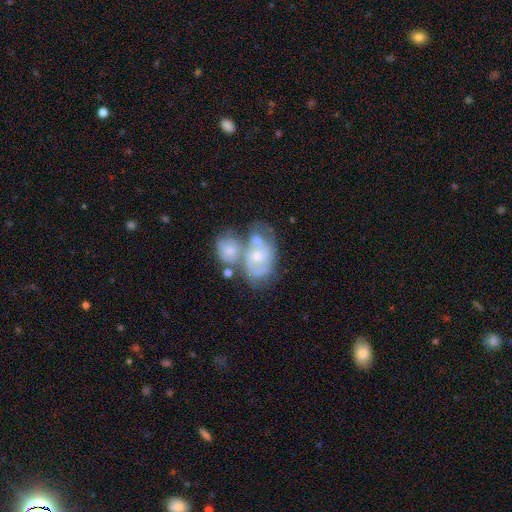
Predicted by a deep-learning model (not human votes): Smooth or featured: featured or disk — 72% (smooth — 21%)
Edge-on disk: no — 97% (yes — 3%)
Bar: no — 69% (weak — 26%)
Spiral arms: yes — 82% (no — 18%)
Spiral winding: tight — 45% (medium — 42%)
Spiral arm count: 2 — 47% (can't tell — 32%)
Bulge size: small — 53% (moderate — 41%)
Merging: merger — 57% (none — 23%)